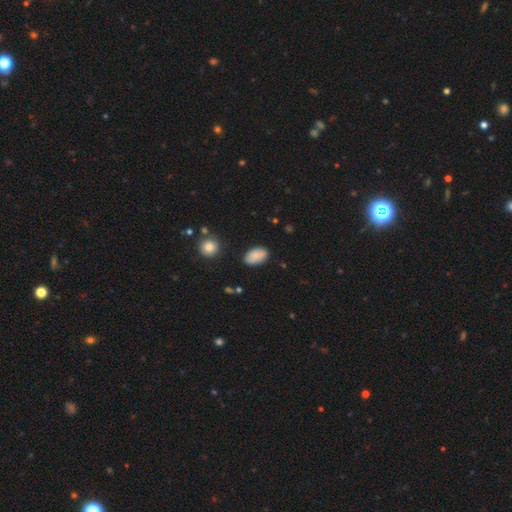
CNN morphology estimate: Smooth or featured? smooth (86%)
How rounded? in between (92%)
Merging? none (82%)